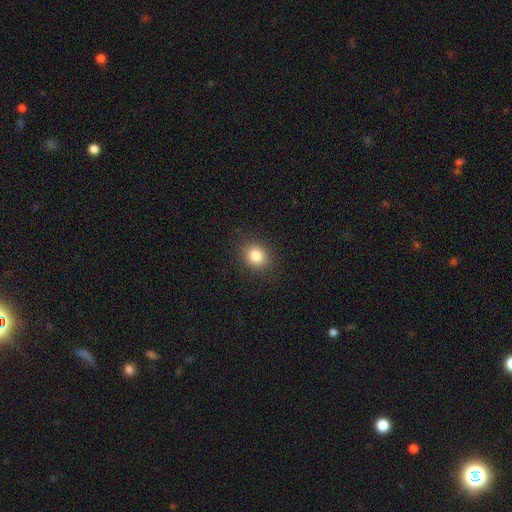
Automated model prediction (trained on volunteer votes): Smooth or featured? smooth (83%)
How rounded? round (68%)
Merging? none (89%)